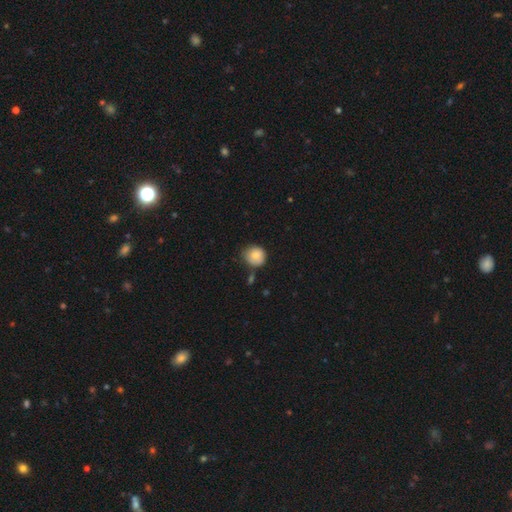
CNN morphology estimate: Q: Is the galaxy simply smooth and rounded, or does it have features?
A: smooth — 81%.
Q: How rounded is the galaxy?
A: round — 84%.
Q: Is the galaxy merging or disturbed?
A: none — 65%.